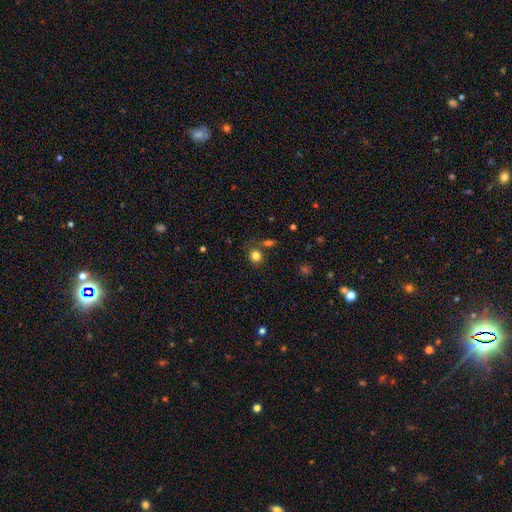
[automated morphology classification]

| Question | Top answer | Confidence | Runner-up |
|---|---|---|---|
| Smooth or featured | smooth | 81% | star or artifact (12%) |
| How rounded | round | 76% | in between (23%) |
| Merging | none | 72% | merger (12%) |